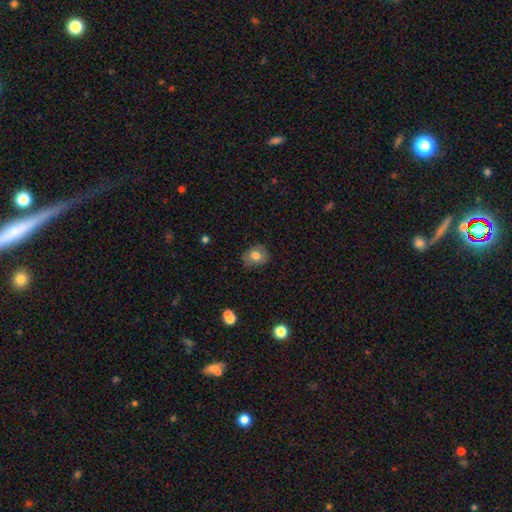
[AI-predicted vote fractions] Smooth or featured?
  - smooth: 77% *
  - featured or disk: 14%
  - star or artifact: 9%
How rounded?
  - round: 53% *
  - in between: 46%
  - cigar-shaped: 1%
Merging?
  - none: 80% *
  - minor disturbance: 16%
  - major disturbance: 3%
  - merger: 1%